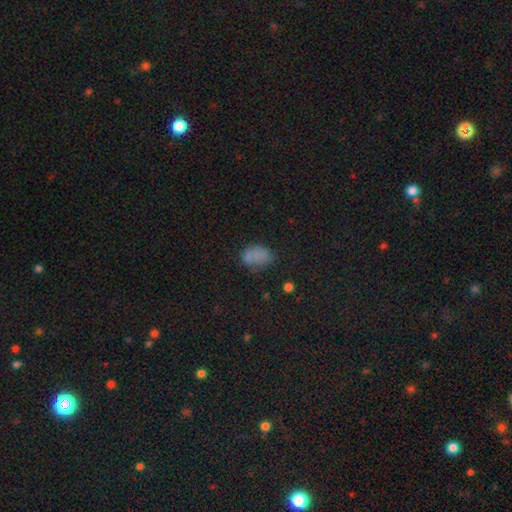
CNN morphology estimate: smooth-or-featured: smooth: 74% | star or artifact: 14% | featured or disk: 12%
  how-rounded: in between: 81% | round: 17% | cigar-shaped: 2%
  merging: none: 50% | minor disturbance: 25% | major disturbance: 13% | merger: 12%